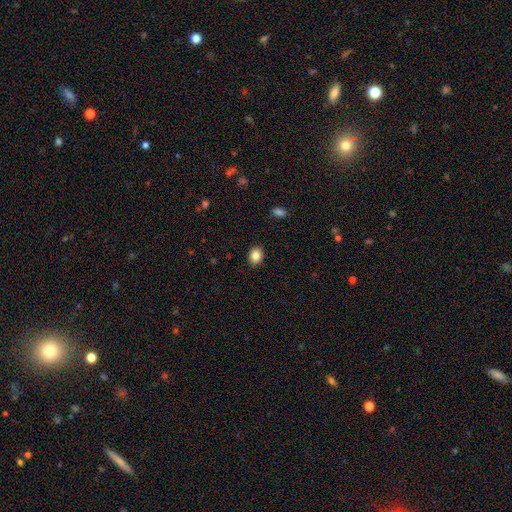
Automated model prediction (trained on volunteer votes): A smooth galaxy with no disk features (84%) that is round (54%).

Vote fractions:
- Smooth or featured? smooth: 84% / star or artifact: 9% / featured or disk: 6%
- How rounded? round: 54% / in between: 45% / cigar-shaped: 1%
- Merging? none: 90% / minor disturbance: 7% / major disturbance: 2% / merger: 1%